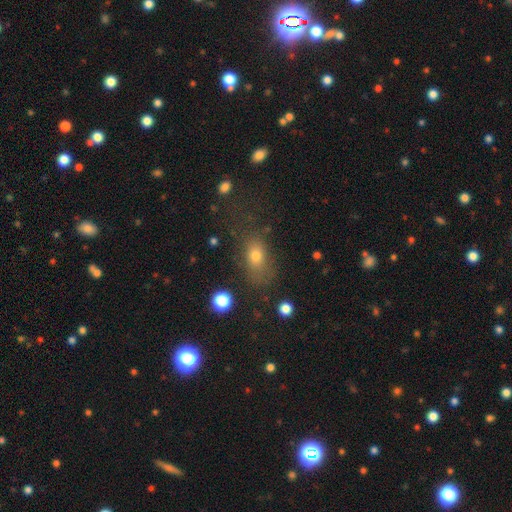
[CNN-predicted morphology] A smooth galaxy with no disk features (72%) that is in between round and cigar-shaped (75%).

Vote fractions:
- Smooth or featured? smooth: 72% / star or artifact: 15% / featured or disk: 14%
- How rounded? in between: 75% / round: 20% / cigar-shaped: 5%
- Merging? none: 59% / minor disturbance: 21% / major disturbance: 17% / merger: 4%